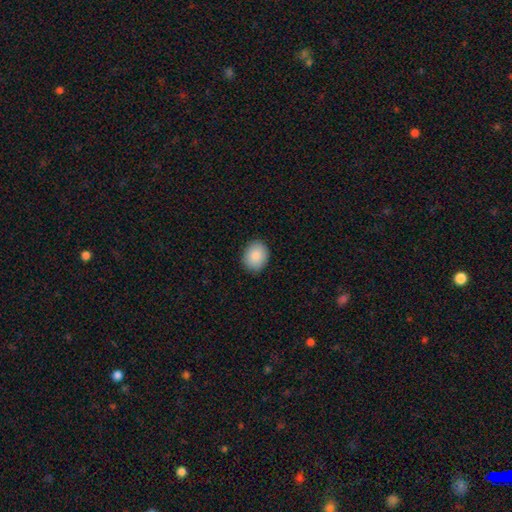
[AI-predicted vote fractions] smooth_or_featured: smooth (p=0.88) [alt: star or artifact p=0.07]
how_rounded: in between (p=0.50) [alt: round p=0.49]
merging: none (p=0.89) [alt: minor disturbance p=0.09]